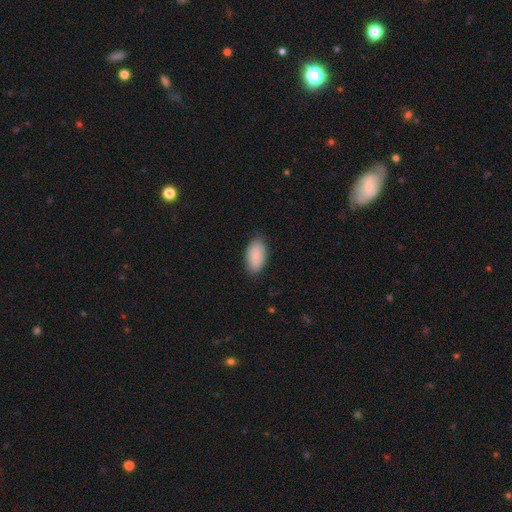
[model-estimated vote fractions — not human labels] Smooth or featured? Predicted: smooth (p=0.86). How rounded? Predicted: in between (p=0.94). Merging? Predicted: none (p=0.84).